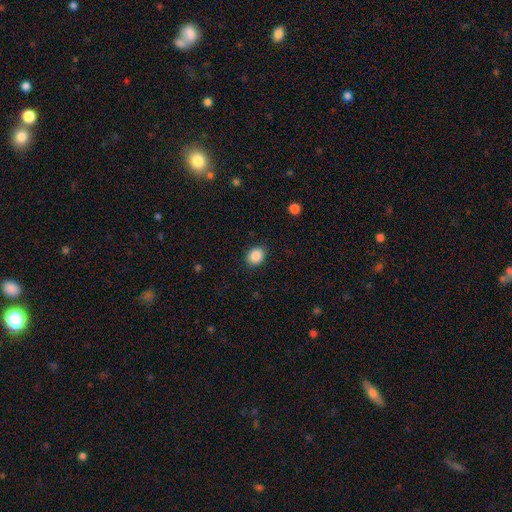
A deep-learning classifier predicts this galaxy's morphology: The model was most divided on "how rounded": round: 60%, in between: 39%, cigar-shaped: 1%. More confident: merging — none (88%); smooth or featured — smooth (88%).